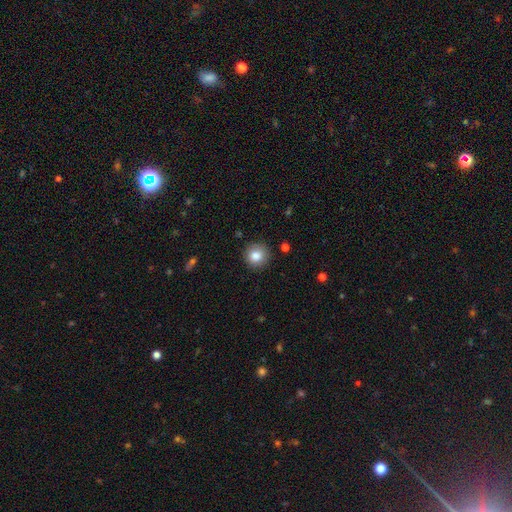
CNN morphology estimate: type=smooth (84%); roundness=round (92%); merging=none (88%).